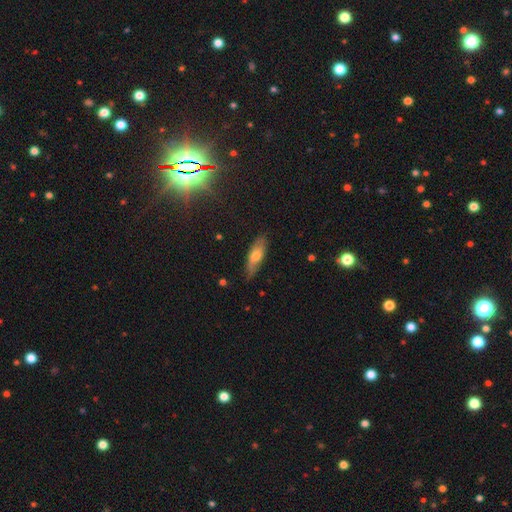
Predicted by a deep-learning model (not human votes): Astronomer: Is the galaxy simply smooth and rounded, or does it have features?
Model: smooth — 61%.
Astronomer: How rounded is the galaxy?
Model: in between — 58% (runner-up: cigar-shaped, 39%).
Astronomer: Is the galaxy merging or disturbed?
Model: none — 77%.